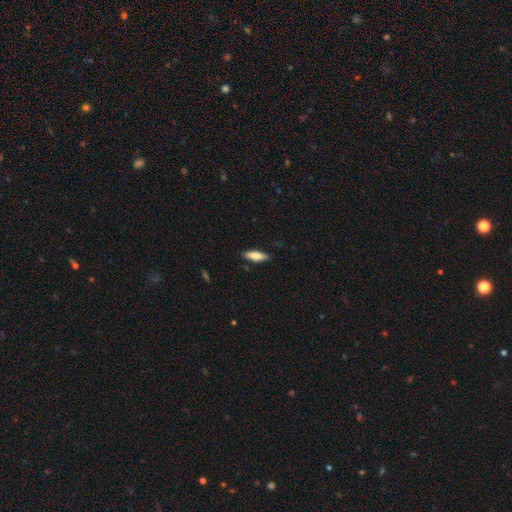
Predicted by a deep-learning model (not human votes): A smooth galaxy with no disk features (76%) that is in between round and cigar-shaped (58%). Merging: none (86%).